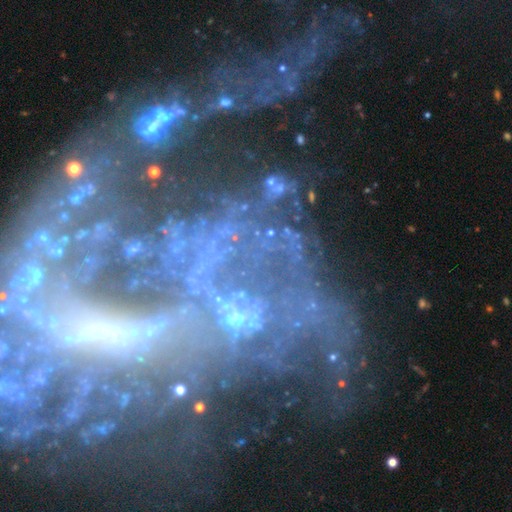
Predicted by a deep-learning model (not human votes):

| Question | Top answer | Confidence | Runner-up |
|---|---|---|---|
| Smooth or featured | featured or disk | 51% | star or artifact (36%) |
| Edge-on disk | no | 95% | yes (5%) |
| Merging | none | 48% | major disturbance (22%) |